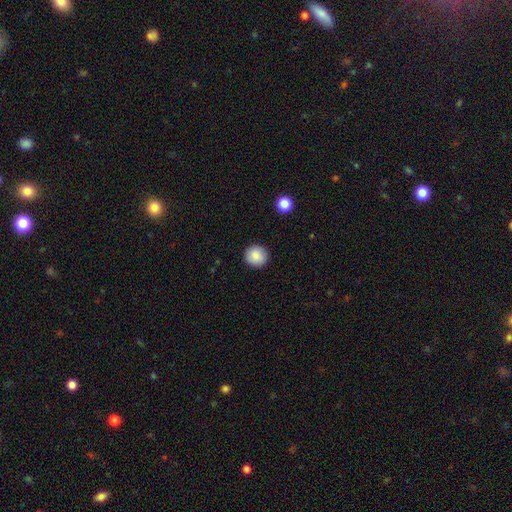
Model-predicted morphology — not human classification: Smooth or featured: smooth — 87% (star or artifact — 8%)
How rounded: round — 92% (in between — 7%)
Merging: none — 92% (minor disturbance — 5%)